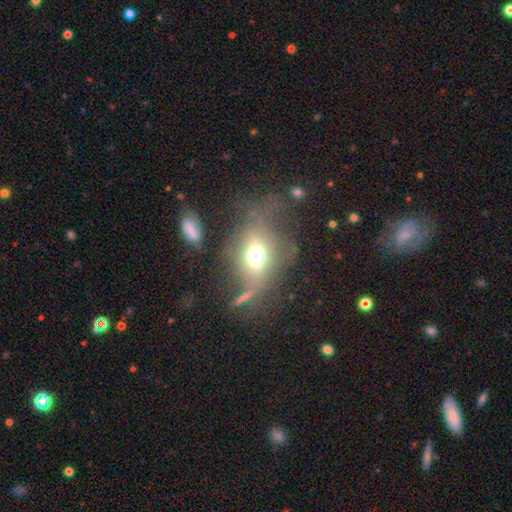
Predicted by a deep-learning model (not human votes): A smooth galaxy with no disk features (52%) that is in between round and cigar-shaped (50%). Merging: none (42%).